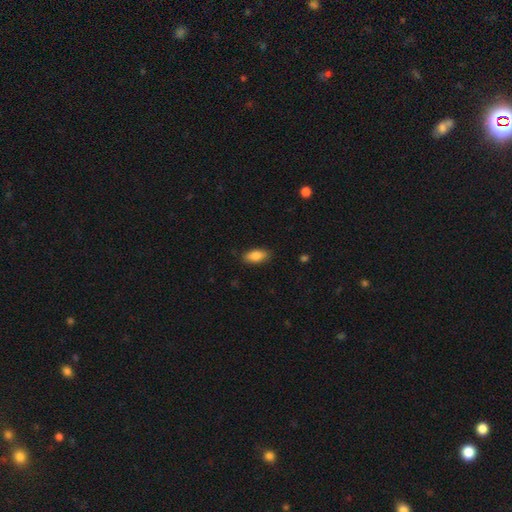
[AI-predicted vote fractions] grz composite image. It shows a smooth galaxy with no disk features (83%) that is in between round and cigar-shaped (87%). Merging: none (86%).